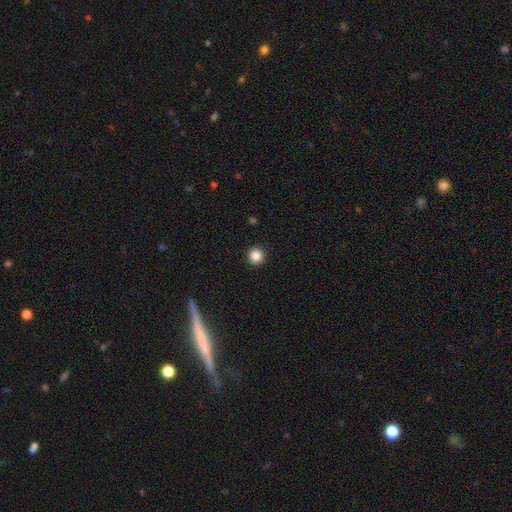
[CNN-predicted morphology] This is clearly a smooth galaxy (86%). How rounded: clearly round (95%). Merging: clearly none (93%).